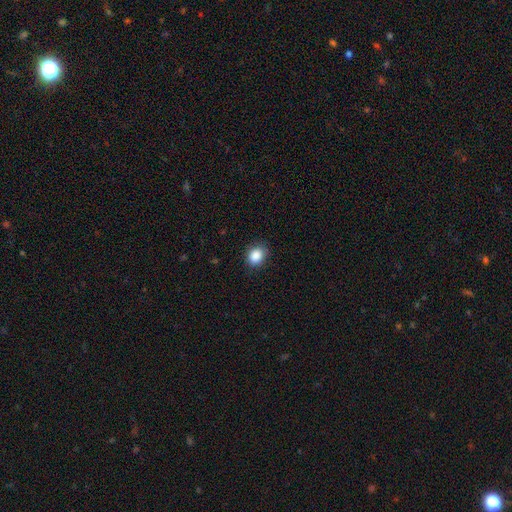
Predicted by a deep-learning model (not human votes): Q: Smooth or featured?
A: smooth (88%); runner-up: star or artifact (9%)
Q: How rounded?
A: round (53%); runner-up: in between (46%)
Q: Merging?
A: none (83%); runner-up: minor disturbance (13%)